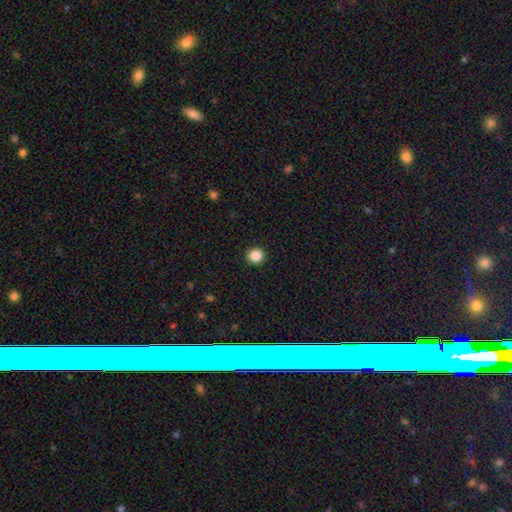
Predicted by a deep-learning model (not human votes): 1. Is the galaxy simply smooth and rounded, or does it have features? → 87% smooth, 10% star or artifact, 3% featured or disk.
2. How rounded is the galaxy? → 94% round, 5% in between, 1% cigar-shaped.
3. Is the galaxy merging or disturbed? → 93% none, 4% minor disturbance, 2% major disturbance, 1% merger.